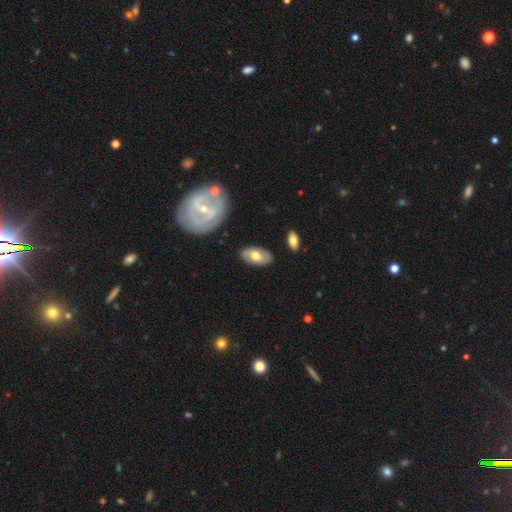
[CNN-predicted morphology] smooth 59%, featured or disk 35%, star or artifact 6%. Down the decision tree: how rounded — in between (93%); merging — none (82%).